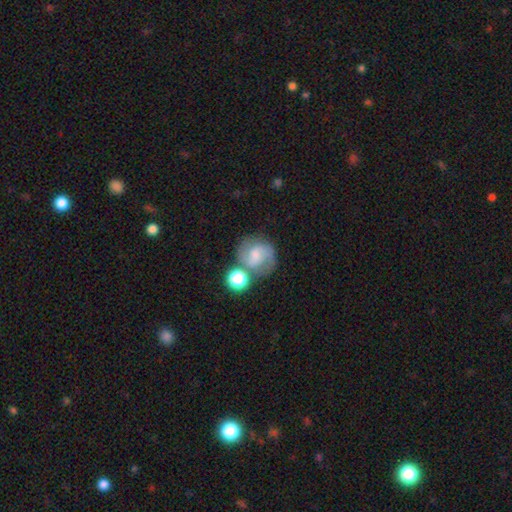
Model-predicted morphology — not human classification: smooth_or_featured: featured or disk (p=0.57) [alt: smooth p=0.33]
disk_edge_on: no (p=0.97) [alt: yes p=0.03]
bar: weak (p=0.47) [alt: no p=0.38]
has_spiral_arms: yes (p=0.90) [alt: no p=0.10]
spiral_winding: medium (p=0.50) [alt: loose p=0.33]
spiral_arm_count: 2 (p=0.86) [alt: can't tell p=0.07]
bulge_size: small (p=0.35) [alt: moderate p=0.27]
merging: none (p=0.56) [alt: merger p=0.20]